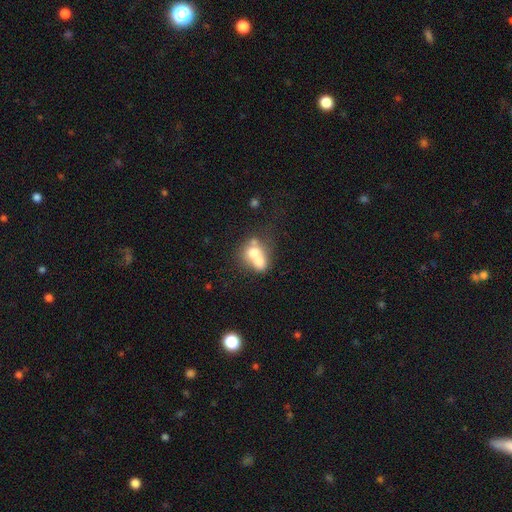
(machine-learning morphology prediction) Overall: smooth (60%; featured or disk 30%). How rounded: in between (56%; round 41%). Merging: merger (68%).